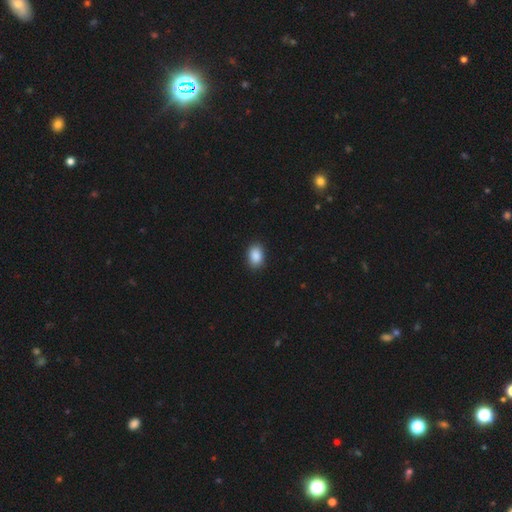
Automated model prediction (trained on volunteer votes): smooth_or_featured: smooth (p=0.89) [alt: star or artifact p=0.08]
how_rounded: in between (p=0.81) [alt: round p=0.18]
merging: none (p=0.89) [alt: minor disturbance p=0.08]